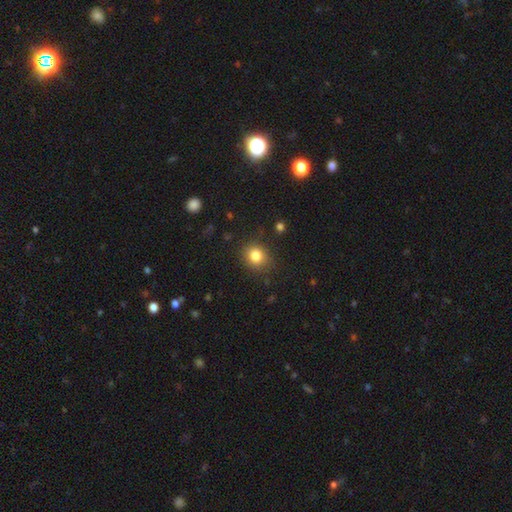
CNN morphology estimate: Smooth or featured? Predicted: smooth (p=0.82). How rounded? Predicted: round (p=0.81). Merging? Predicted: none (p=0.86).